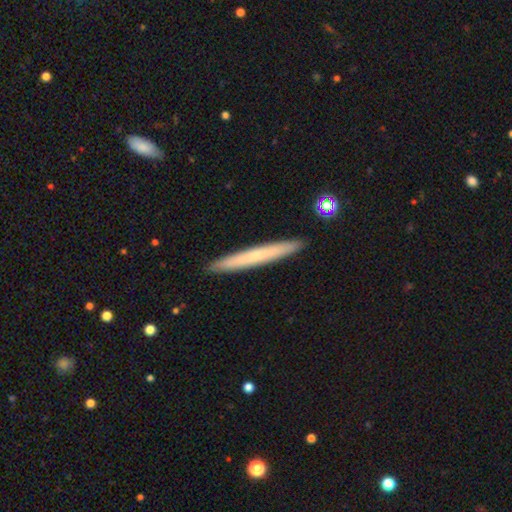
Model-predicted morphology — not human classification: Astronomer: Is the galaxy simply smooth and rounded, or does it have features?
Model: smooth — 60%.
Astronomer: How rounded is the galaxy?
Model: cigar-shaped — 97%.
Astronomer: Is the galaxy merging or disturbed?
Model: none — 92%.